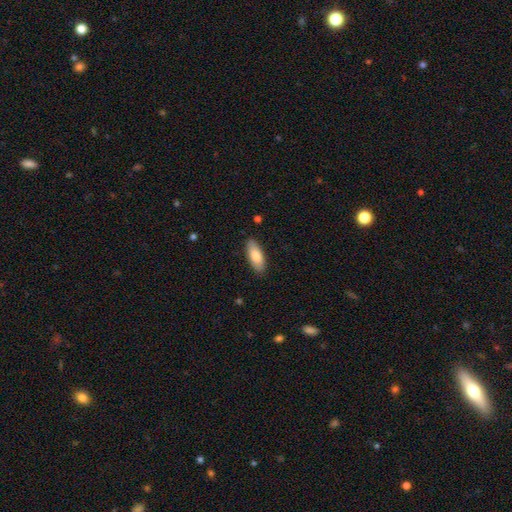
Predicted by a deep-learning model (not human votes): smooth-or-featured: smooth: 82% | featured or disk: 12% | star or artifact: 6%
  how-rounded: in between: 76% | cigar-shaped: 22% | round: 2%
  merging: none: 87% | minor disturbance: 10% | major disturbance: 2% | merger: 1%